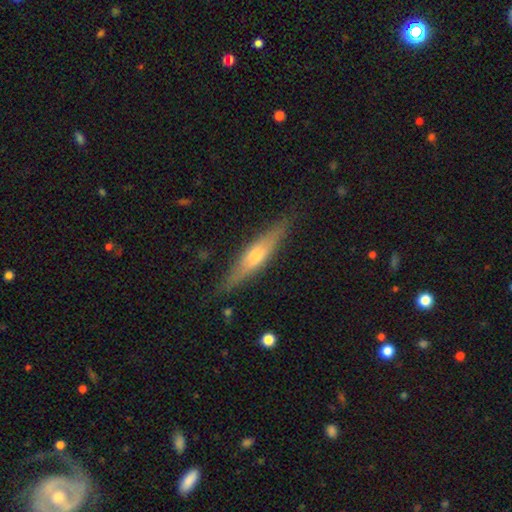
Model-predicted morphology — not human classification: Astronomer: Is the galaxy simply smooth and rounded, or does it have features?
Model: featured or disk — 58% (runner-up: smooth, 36%).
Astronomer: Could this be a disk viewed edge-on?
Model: yes — 93%.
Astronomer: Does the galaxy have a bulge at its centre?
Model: rounded — 76%.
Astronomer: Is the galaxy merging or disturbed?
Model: none — 86%.